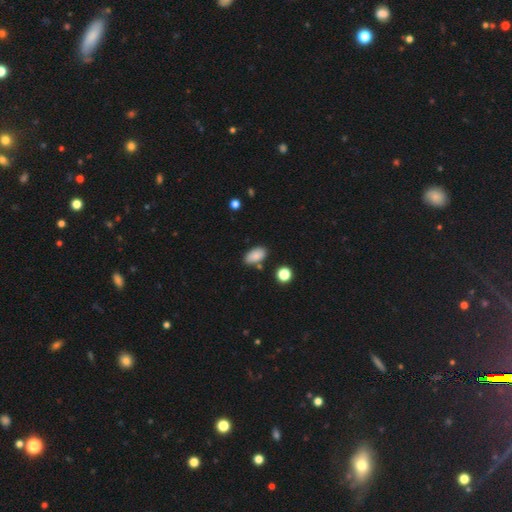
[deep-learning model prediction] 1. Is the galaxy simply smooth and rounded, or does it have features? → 85% smooth, 9% star or artifact, 6% featured or disk.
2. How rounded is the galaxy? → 92% in between, 5% round, 3% cigar-shaped.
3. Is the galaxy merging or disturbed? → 77% none, 14% minor disturbance, 6% merger, 3% major disturbance.